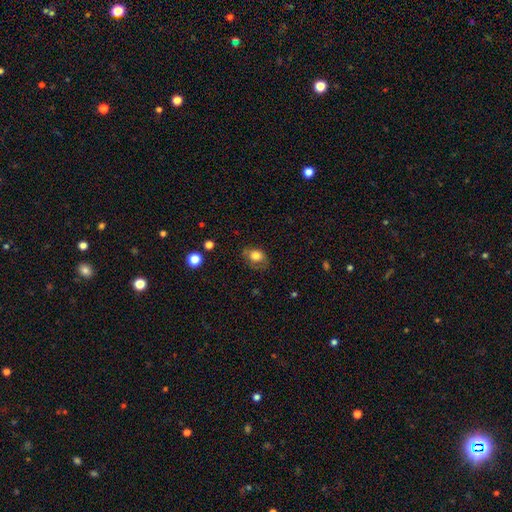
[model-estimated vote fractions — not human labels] The model was most divided on "how rounded": in between: 57%, round: 41%, cigar-shaped: 1%. More confident: smooth or featured — smooth (77%); merging — none (60%).